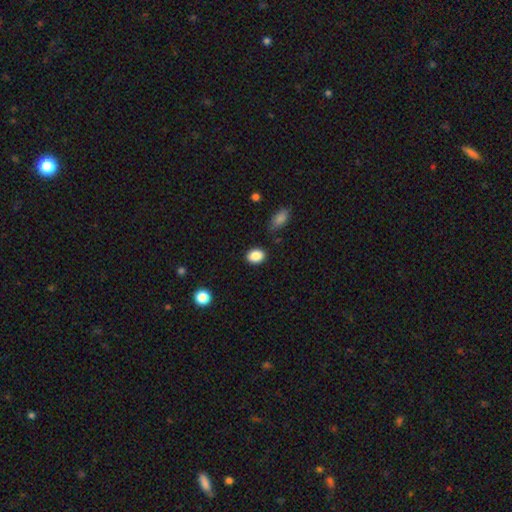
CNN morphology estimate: This appears to be a smooth galaxy with no disk features (88%) that is in between round and cigar-shaped (66%). Merging: none (86%).